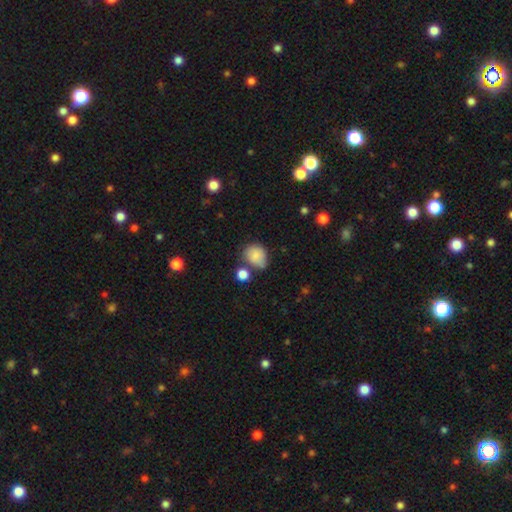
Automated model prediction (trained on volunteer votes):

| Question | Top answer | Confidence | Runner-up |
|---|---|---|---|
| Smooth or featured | smooth | 82% | star or artifact (9%) |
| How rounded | round | 56% | in between (43%) |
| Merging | none | 49% | minor disturbance (28%) |